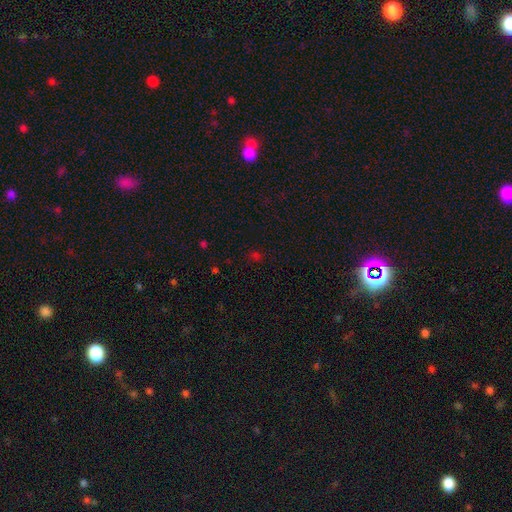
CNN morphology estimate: Smooth or featured? smooth (52%)
How rounded? round (64%)
Merging? none (79%)